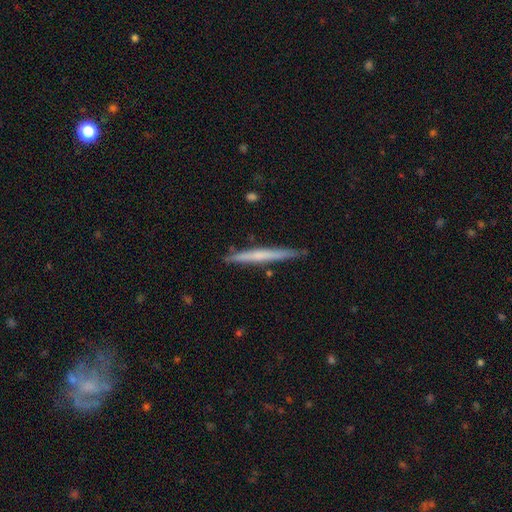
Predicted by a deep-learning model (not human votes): Smooth or featured?
  - smooth: 47% * (tied)
  - featured or disk: 47% * (tied)
  - star or artifact: 6%
Merging?
  - none: 87% *
  - minor disturbance: 10%
  - merger: 2%
  - major disturbance: 1%